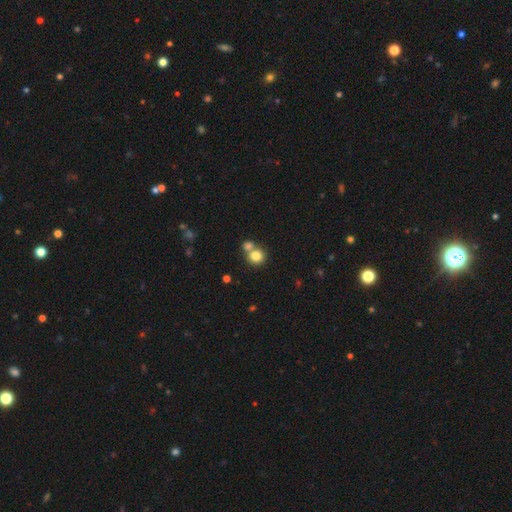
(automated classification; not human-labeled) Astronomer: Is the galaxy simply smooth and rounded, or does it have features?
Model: smooth — 80%.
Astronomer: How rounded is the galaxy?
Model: round — 86%.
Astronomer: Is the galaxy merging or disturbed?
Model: none — 50% (runner-up: merger, 41%).